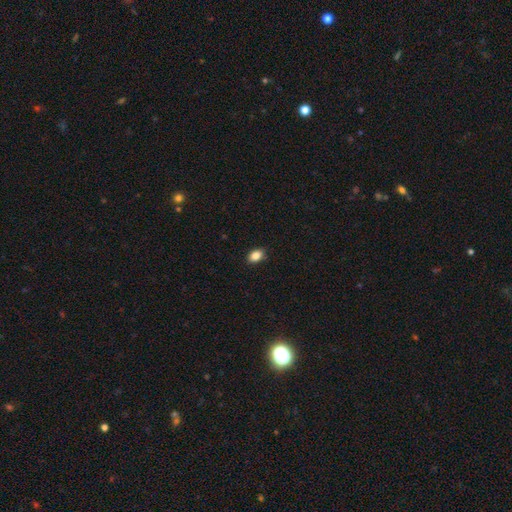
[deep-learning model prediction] Morphology: type=smooth (86%); roundness=in between (82%); merging=none (88%).